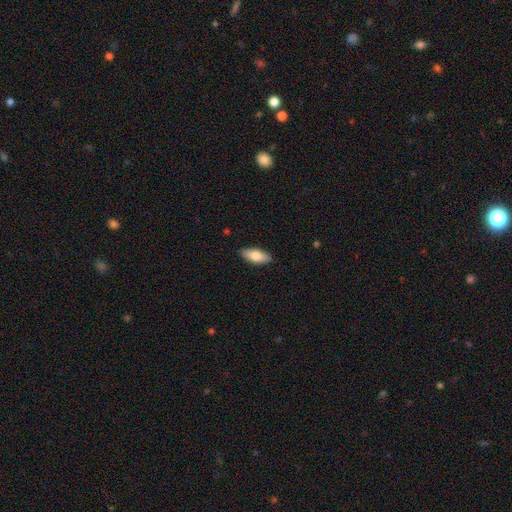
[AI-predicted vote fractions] Q: Smooth or featured?
A: smooth (79%); runner-up: featured or disk (16%)
Q: How rounded?
A: in between (80%); runner-up: cigar-shaped (17%)
Q: Merging?
A: none (88%); runner-up: minor disturbance (9%)